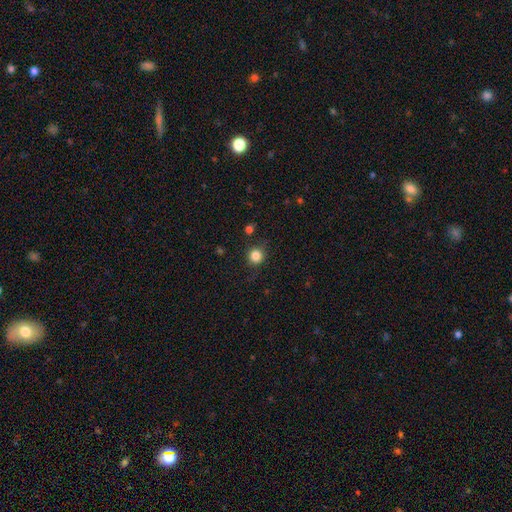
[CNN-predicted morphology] This is clearly a smooth galaxy (84%). How rounded: clearly round (92%). Merging: clearly none (86%).